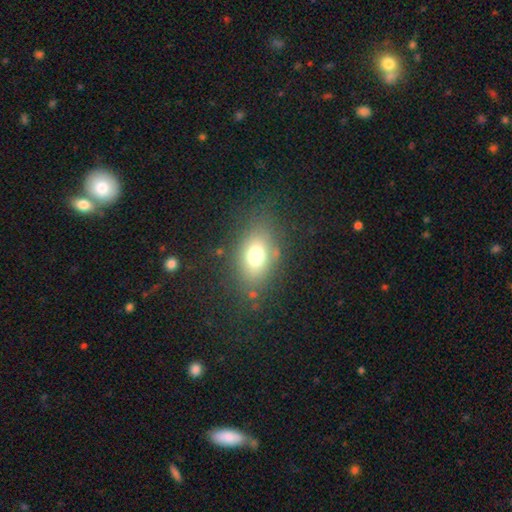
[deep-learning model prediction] Smooth or featured? Predicted: smooth (p=0.70). How rounded? Predicted: in between (p=0.75). Merging? Predicted: none (p=0.78).